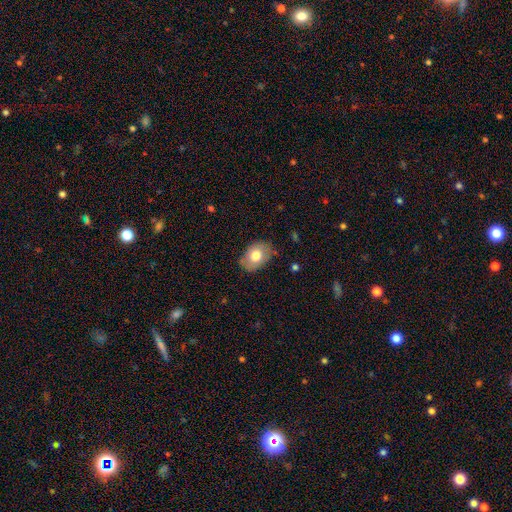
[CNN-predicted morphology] Q: Smooth or featured?
A: smooth (72%); runner-up: featured or disk (21%)
Q: How rounded?
A: in between (78%); runner-up: round (21%)
Q: Merging?
A: none (77%); runner-up: minor disturbance (18%)